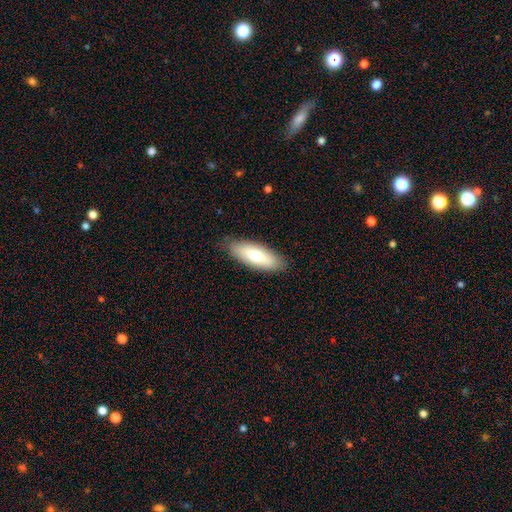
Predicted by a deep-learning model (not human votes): Smooth or featured? smooth (65%)
How rounded? in between (70%)
Merging? none (85%)